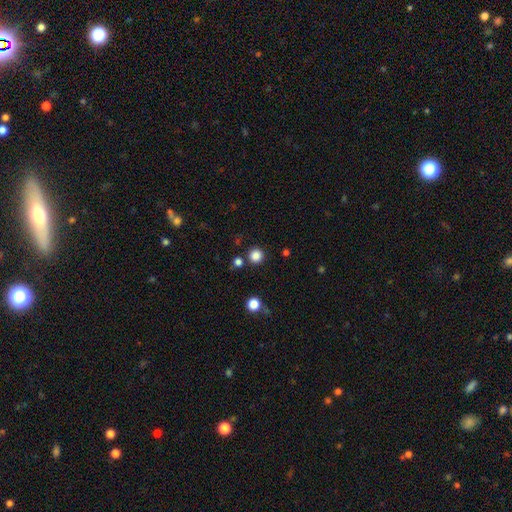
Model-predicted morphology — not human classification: Smooth or featured? Predicted: smooth (p=0.84). How rounded? Predicted: round (p=0.95). Merging? Predicted: none (p=0.88).